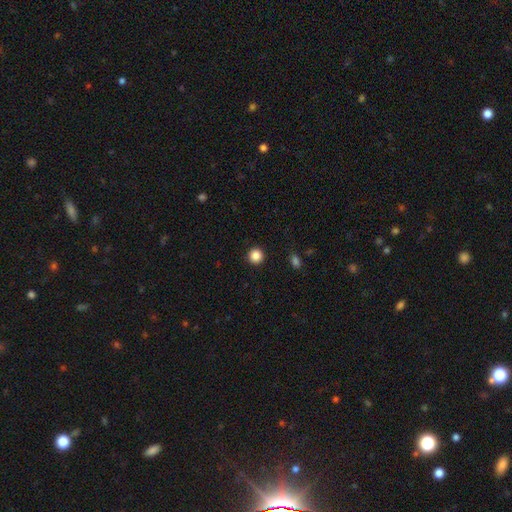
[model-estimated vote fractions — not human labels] Smooth or featured? Predicted: smooth (p=0.86). How rounded? Predicted: round (p=0.95). Merging? Predicted: none (p=0.93).